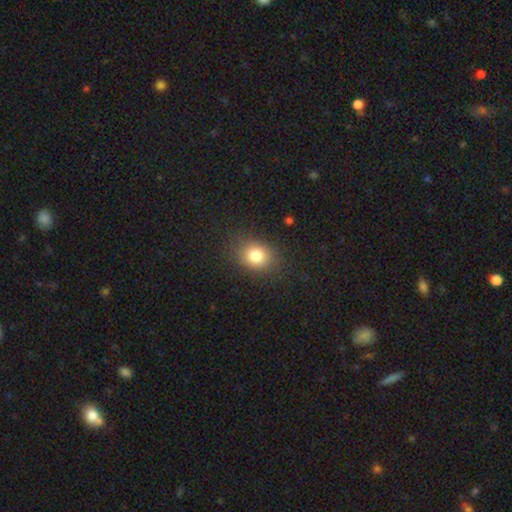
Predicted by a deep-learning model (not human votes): Smooth or featured: smooth — 80% (star or artifact — 12%)
How rounded: round — 61% (in between — 38%)
Merging: none — 84% (minor disturbance — 11%)